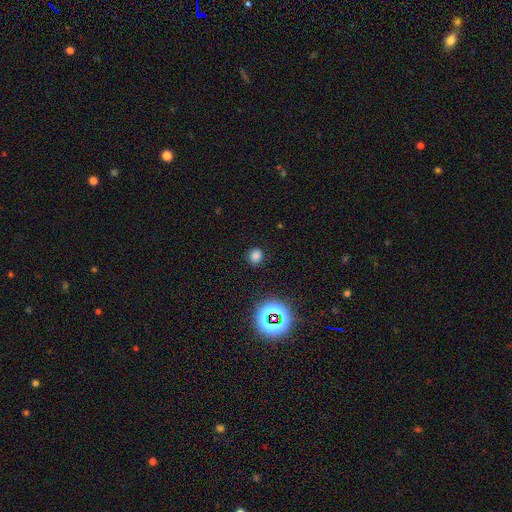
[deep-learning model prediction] This is likely a smooth galaxy (74%). How rounded: likely round (74%). Merging: clearly none (87%).